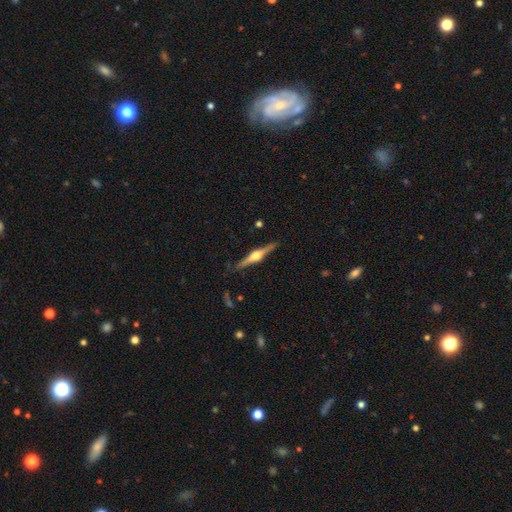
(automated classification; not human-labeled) Morphology: type=featured or disk (81%); edge-on=yes (98%); edge-on bulge=rounded (94%); merging=none (89%).